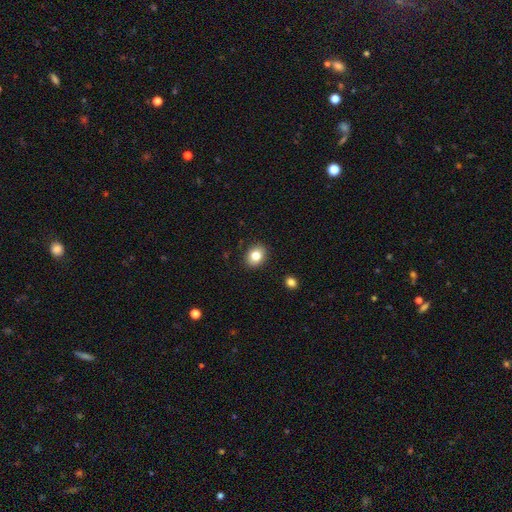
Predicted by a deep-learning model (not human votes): Morphology: type=smooth (81%); roundness=in between (50%, tied with round); merging=none (90%).